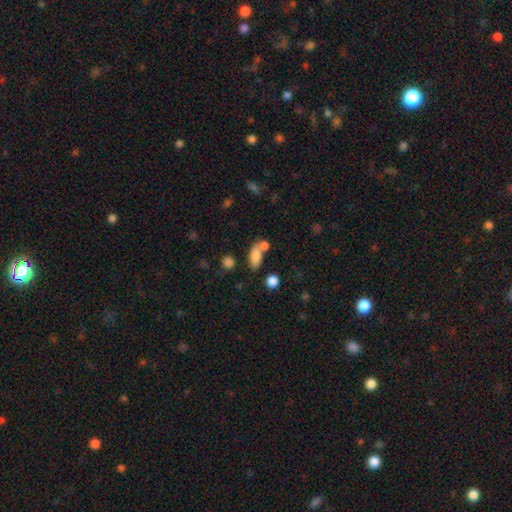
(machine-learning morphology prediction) The model was most divided on "merging": none: 46%, merger: 36%, minor disturbance: 13%, major disturbance: 6%. More confident: how rounded — in between (80%); smooth or featured — smooth (80%).